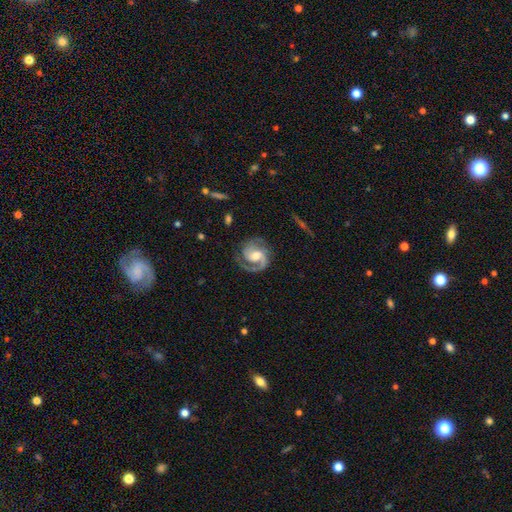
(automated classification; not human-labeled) Smooth or featured? featured or disk (91%)
Edge-on disk? no (98%)
Bar? no (46%)
Spiral arms? yes (98%)
Spiral winding? medium (53%)
Spiral arm count? 2 (88%)
Bulge size? moderate (59%)
Merging? none (79%)